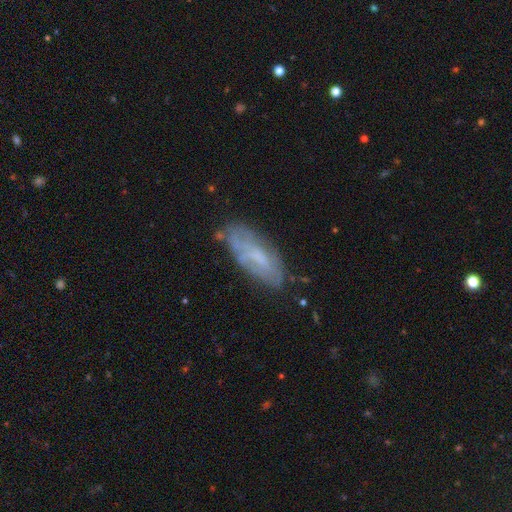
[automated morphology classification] Overall: featured or disk (46%; smooth 45%). Merging: none (67%).